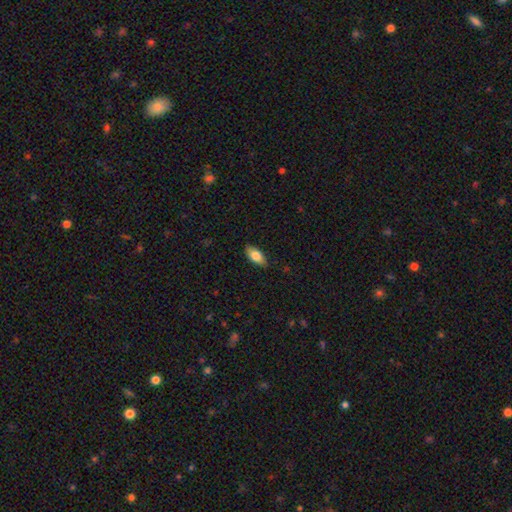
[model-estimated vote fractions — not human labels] Smooth or featured?
  - smooth: 78% *
  - featured or disk: 16%
  - star or artifact: 7%
How rounded?
  - in between: 88% *
  - cigar-shaped: 9%
  - round: 3%
Merging?
  - none: 86% *
  - minor disturbance: 11%
  - major disturbance: 2%
  - merger: 1%